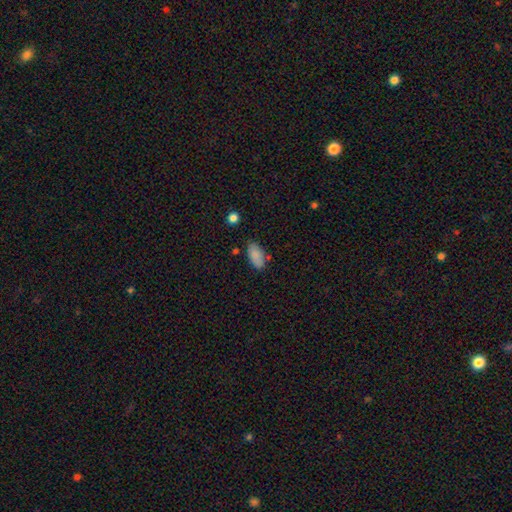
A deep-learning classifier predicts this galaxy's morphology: A smooth galaxy with no disk features (86%) that is in between round and cigar-shaped (93%). Merging: none (74%).